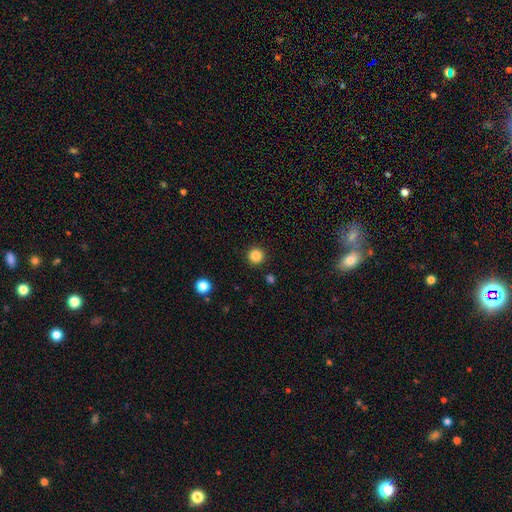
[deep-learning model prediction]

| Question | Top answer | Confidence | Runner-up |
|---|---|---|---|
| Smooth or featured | smooth | 85% | star or artifact (11%) |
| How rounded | round | 96% | in between (3%) |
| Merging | none | 92% | minor disturbance (5%) |